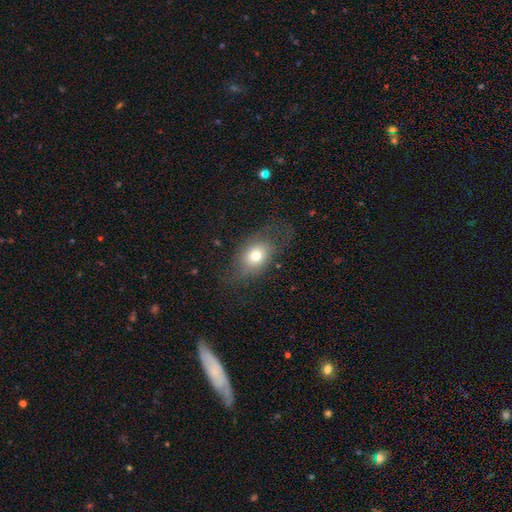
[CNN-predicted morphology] smooth-or-featured: smooth: 68% | featured or disk: 21% | star or artifact: 11%
  how-rounded: in between: 68% | round: 30% | cigar-shaped: 2%
  merging: none: 58% | minor disturbance: 21% | major disturbance: 19% | merger: 2%